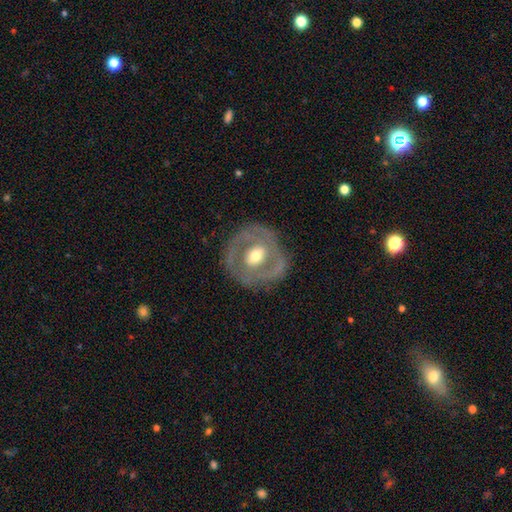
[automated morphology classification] Overall: featured or disk (68%). Edge-on disk: no (95%). Bar: no (45%; weak 35%). Spiral arms: no (63%; yes 37%). Bulge size: moderate (71%). Merging: none (79%).